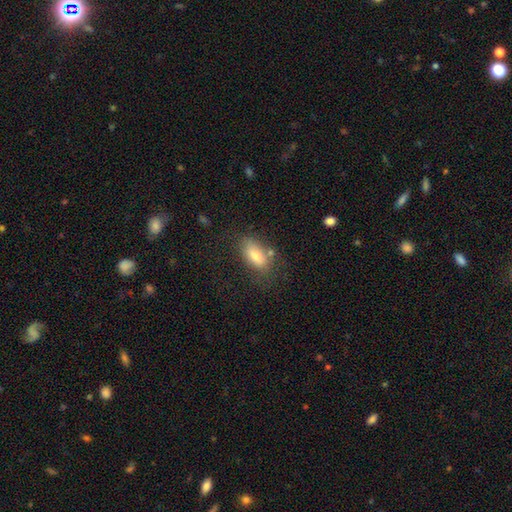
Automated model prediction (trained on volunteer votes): Smooth or featured? smooth (77%)
How rounded? in between (87%)
Merging? none (66%)